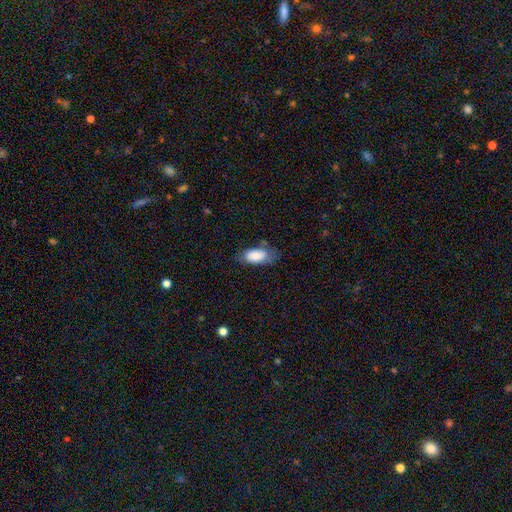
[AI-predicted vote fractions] Overall: smooth (80%). How rounded: in between (91%). Merging: none (59%; minor disturbance 27%).